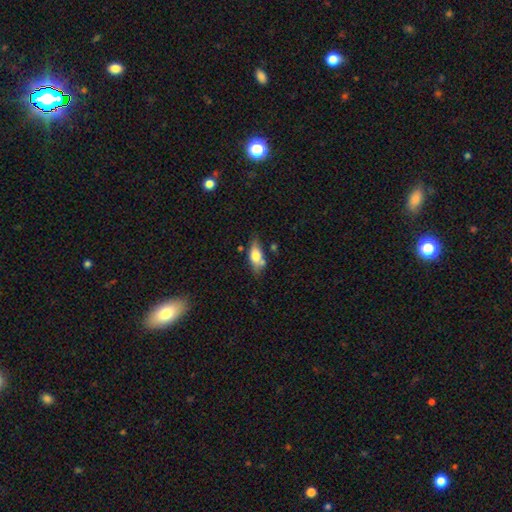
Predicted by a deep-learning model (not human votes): smooth 64%, featured or disk 29%, star or artifact 7%. Down the decision tree: how rounded — in between (76%); merging — none (60%).